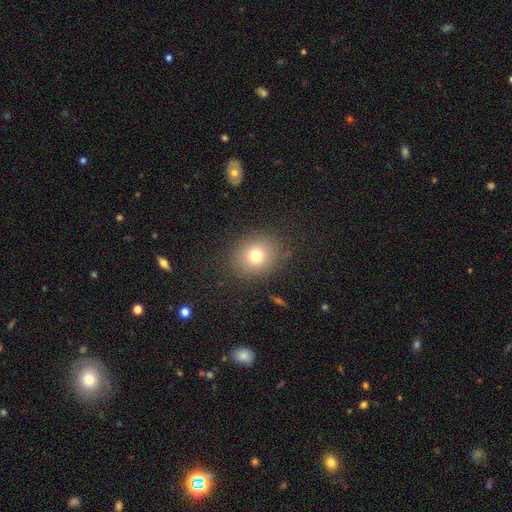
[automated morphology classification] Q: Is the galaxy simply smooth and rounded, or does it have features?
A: smooth — 74%.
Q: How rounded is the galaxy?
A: round — 73%.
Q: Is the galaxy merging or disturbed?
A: none — 85%.